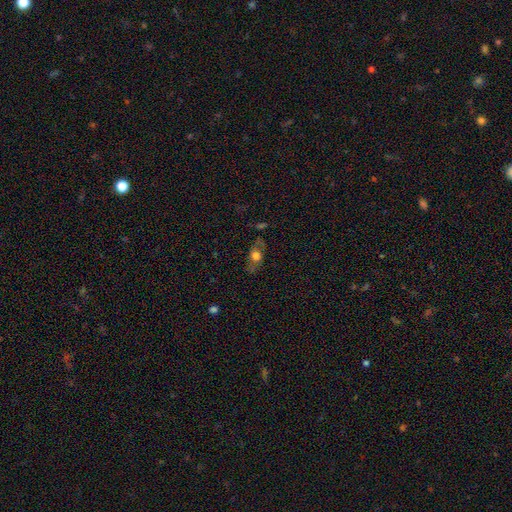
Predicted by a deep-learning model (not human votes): This appears to be a smooth galaxy with no disk features (51%) that is in between round and cigar-shaped (68%). Merging: none (70%).